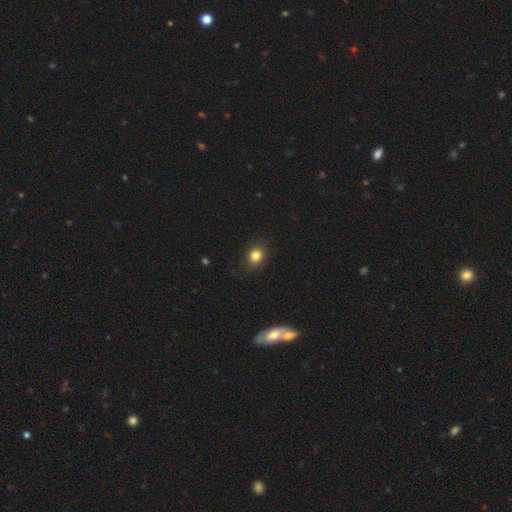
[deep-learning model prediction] Smooth or featured: smooth — 83% (star or artifact — 11%)
How rounded: round — 65% (in between — 34%)
Merging: none — 88% (minor disturbance — 9%)